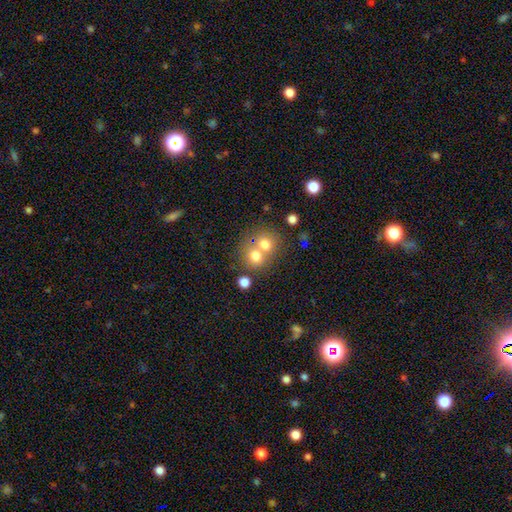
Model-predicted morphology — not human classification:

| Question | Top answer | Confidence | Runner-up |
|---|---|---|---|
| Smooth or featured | smooth | 72% | featured or disk (16%) |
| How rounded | round | 76% | in between (23%) |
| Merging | merger | 55% | none (35%) |